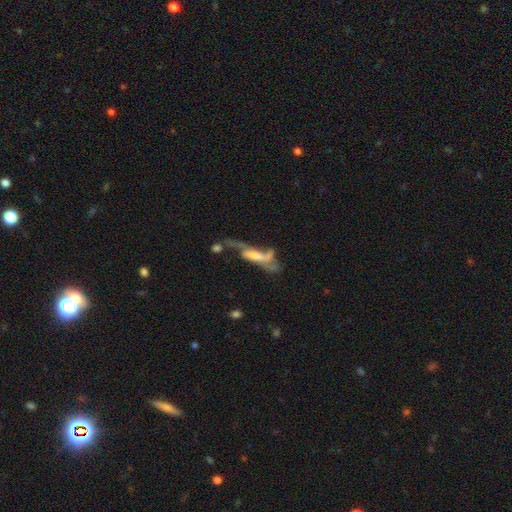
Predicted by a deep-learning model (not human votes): smooth_or_featured: featured or disk (p=0.61) [alt: smooth p=0.30]
disk_edge_on: no (p=0.77) [alt: yes p=0.23]
merging: major disturbance (p=0.40) [alt: merger p=0.27]